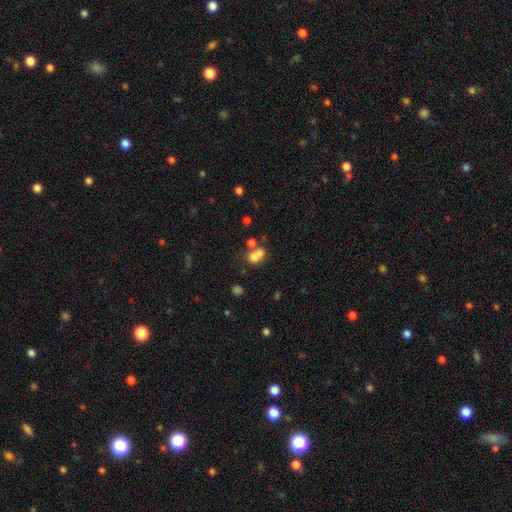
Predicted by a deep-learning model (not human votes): Smooth or featured: smooth — 68% (featured or disk — 17%)
How rounded: round — 54% (in between — 45%)
Merging: merger — 56% (none — 30%)